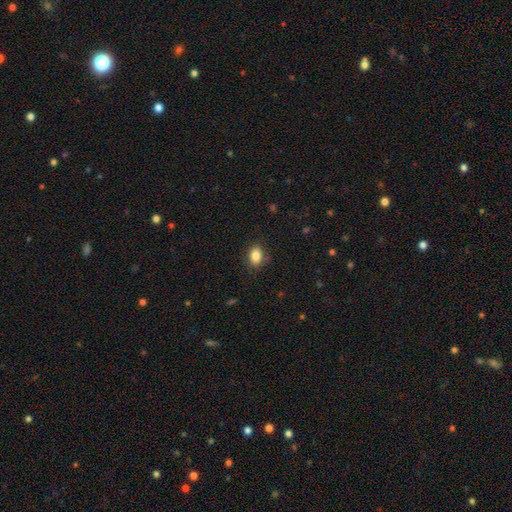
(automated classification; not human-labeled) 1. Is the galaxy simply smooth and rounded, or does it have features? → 84% smooth, 9% star or artifact, 7% featured or disk.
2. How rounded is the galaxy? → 74% in between, 25% round, 1% cigar-shaped.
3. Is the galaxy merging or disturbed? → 81% none, 14% minor disturbance, 3% major disturbance, 2% merger.